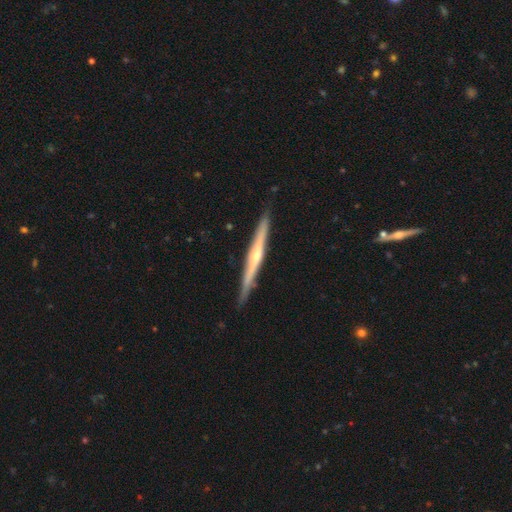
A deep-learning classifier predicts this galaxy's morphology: A featured or disk galaxy (75%) viewed edge-on (97%) with a rounded central bulge (75%). Merging: none (90%).